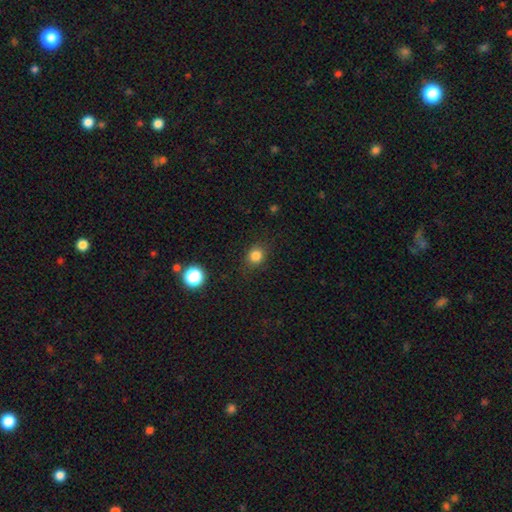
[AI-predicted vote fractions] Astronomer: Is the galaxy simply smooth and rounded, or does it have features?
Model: smooth — 82%.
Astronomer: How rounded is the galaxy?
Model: round — 76%.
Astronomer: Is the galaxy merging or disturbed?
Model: none — 85%.